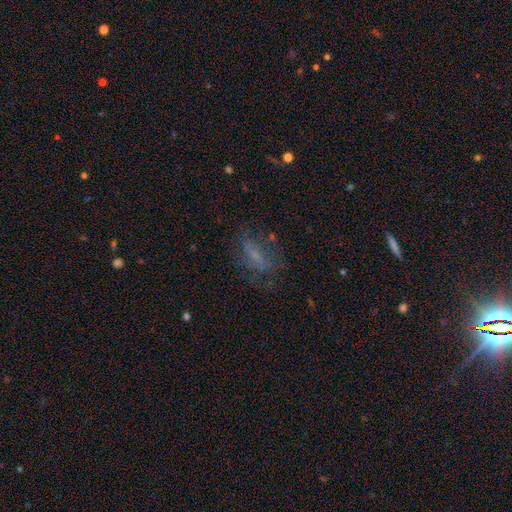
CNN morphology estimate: This is possibly a smooth galaxy (47%). Merging: possibly none (54%).